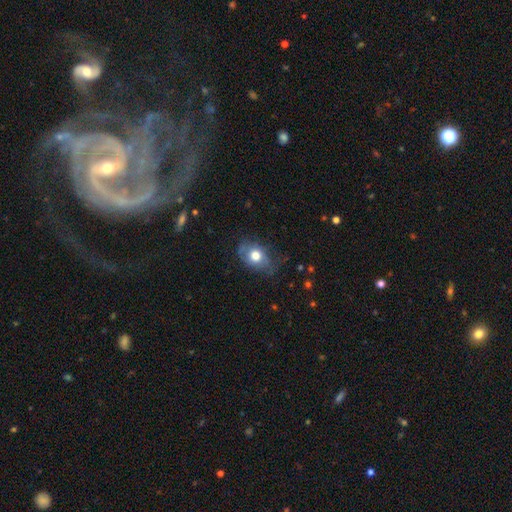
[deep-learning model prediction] Smooth or featured? Predicted: smooth (p=0.69). How rounded? Predicted: in between (p=0.66). Merging? Predicted: none (p=0.56).